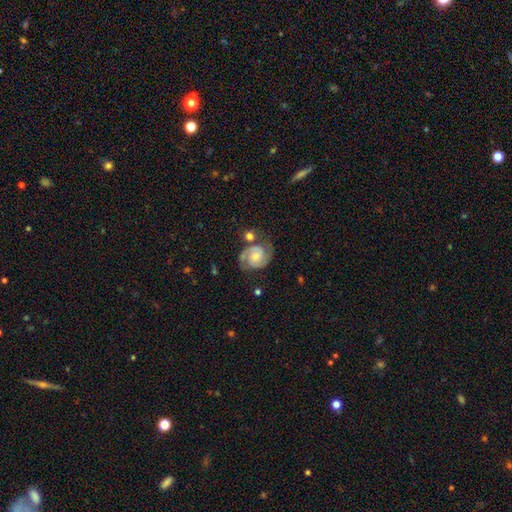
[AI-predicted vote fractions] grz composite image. It shows a featured or disk galaxy (83%) with no bar (58%), 2 (91%) medium (48%) spiral arms (97%) and a small central bulge (41%). Merging: none (70%).